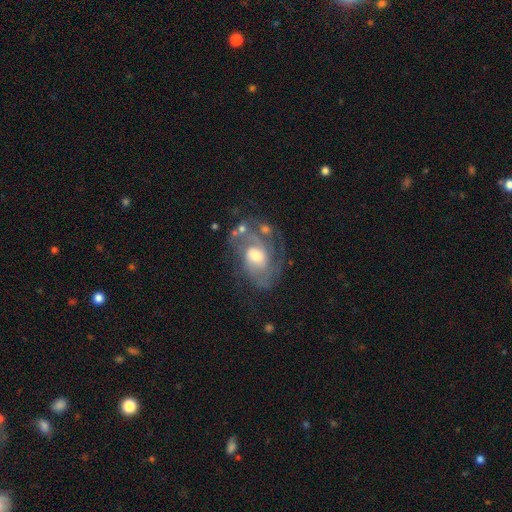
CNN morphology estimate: Smooth or featured: featured or disk — 83% (smooth — 10%)
Edge-on disk: no — 97% (yes — 3%)
Bar: no — 56% (weak — 36%)
Spiral arms: yes — 93% (no — 7%)
Spiral winding: tight — 44% (medium — 43%)
Spiral arm count: 2 — 35% (can't tell — 26%)
Bulge size: moderate — 66% (large — 16%)
Merging: none — 59% (minor disturbance — 21%)